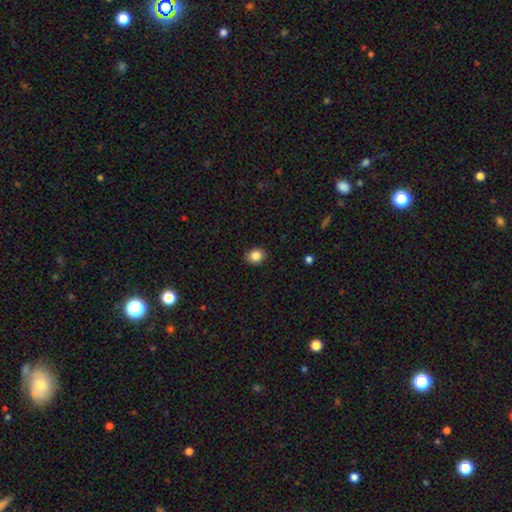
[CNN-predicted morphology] Smooth or featured: smooth — 85% (star or artifact — 10%)
How rounded: round — 60% (in between — 39%)
Merging: none — 88% (minor disturbance — 9%)